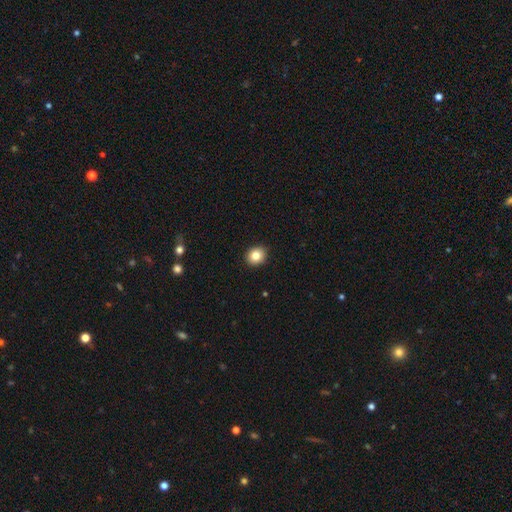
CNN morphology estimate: Smooth or featured?
  - smooth: 83% *
  - star or artifact: 10%
  - featured or disk: 7%
How rounded?
  - round: 75% *
  - in between: 24%
  - cigar-shaped: 1%
Merging?
  - none: 92% *
  - minor disturbance: 6%
  - major disturbance: 1%
  - merger: 1%